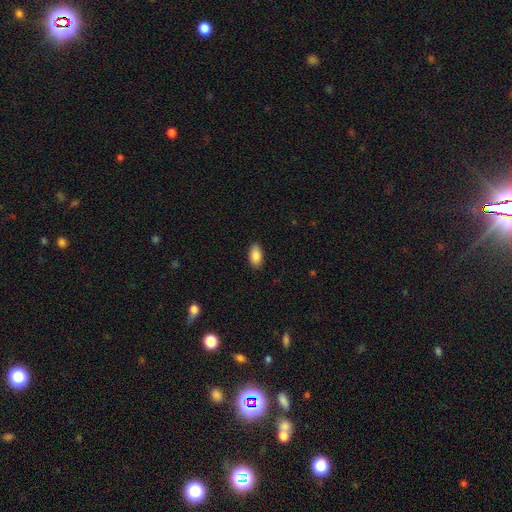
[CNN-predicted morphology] This appears to be a smooth galaxy with no disk features (88%) that is in between round and cigar-shaped (94%). Merging: none (89%).